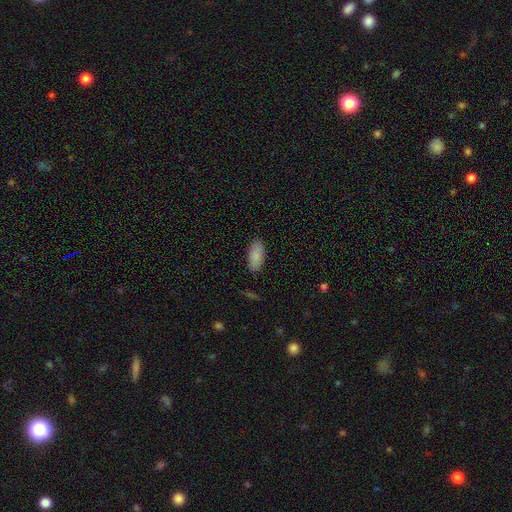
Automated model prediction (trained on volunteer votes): Smooth or featured? smooth (88%)
How rounded? in between (86%)
Merging? none (87%)